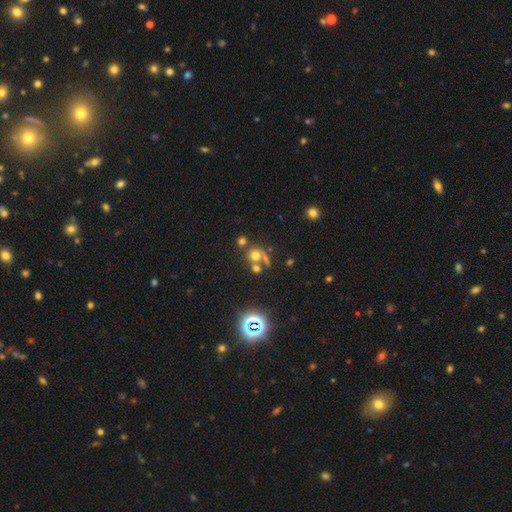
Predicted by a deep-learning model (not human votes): Smooth or featured?
  - smooth: 61% *
  - star or artifact: 24%
  - featured or disk: 15%
How rounded?
  - round: 86% *
  - in between: 13%
  - cigar-shaped: 1%
Merging?
  - none: 50% *
  - merger: 33%
  - minor disturbance: 9%
  - major disturbance: 7%